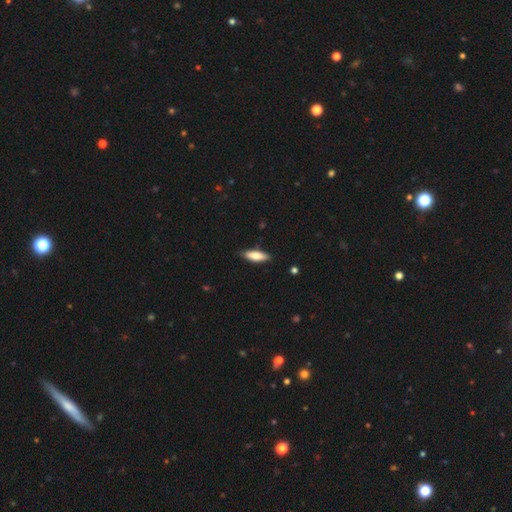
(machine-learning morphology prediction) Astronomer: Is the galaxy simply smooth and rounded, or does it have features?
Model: smooth — 79%.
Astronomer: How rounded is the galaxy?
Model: in between — 54% (runner-up: cigar-shaped, 44%).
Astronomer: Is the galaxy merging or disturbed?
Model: none — 83%.